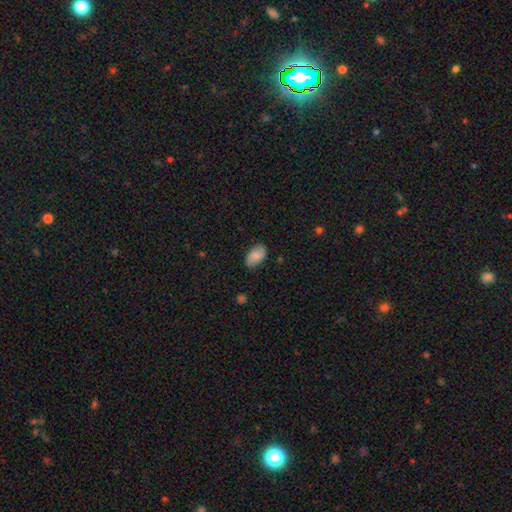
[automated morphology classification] smooth 72%, featured or disk 21%, star or artifact 7%. Down the decision tree: how rounded — in between (93%); merging — none (81%).